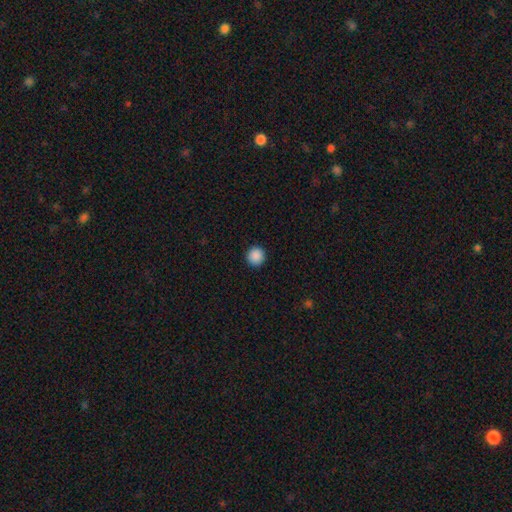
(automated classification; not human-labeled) Morphology: type=smooth (89%); roundness=round (94%); merging=none (93%).